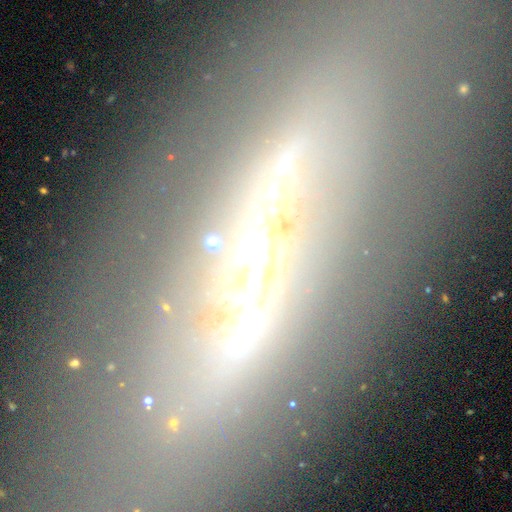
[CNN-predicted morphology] This is likely a featured or disk galaxy (72%). It is possibly viewed edge-on (56%). Merging: likely none (67%).